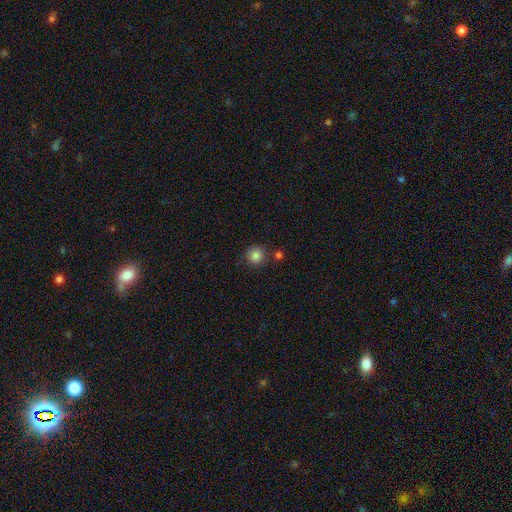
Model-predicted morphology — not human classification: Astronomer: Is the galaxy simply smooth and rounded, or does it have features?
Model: smooth — 83%.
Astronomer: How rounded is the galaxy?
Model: round — 93%.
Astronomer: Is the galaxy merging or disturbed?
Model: none — 80%.